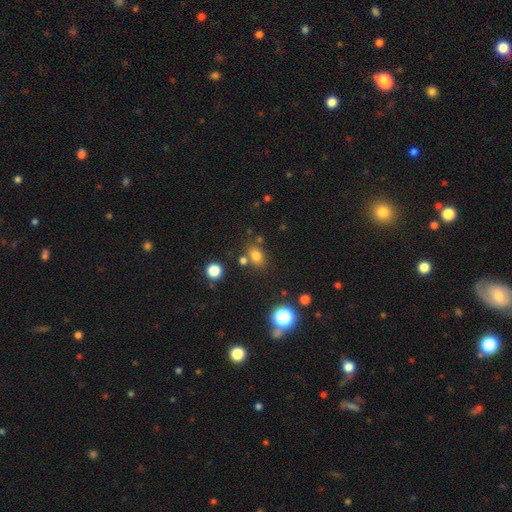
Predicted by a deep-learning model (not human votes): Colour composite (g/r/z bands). It shows a smooth galaxy with no disk features (76%) that is in between round and cigar-shaped (65%). Merging: none (71%).